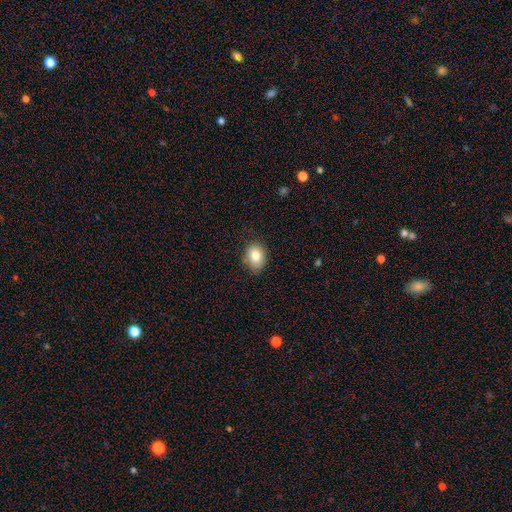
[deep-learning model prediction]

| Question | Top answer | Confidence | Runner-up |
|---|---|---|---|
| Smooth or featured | smooth | 83% | star or artifact (9%) |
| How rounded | in between | 68% | round (31%) |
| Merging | none | 81% | minor disturbance (15%) |